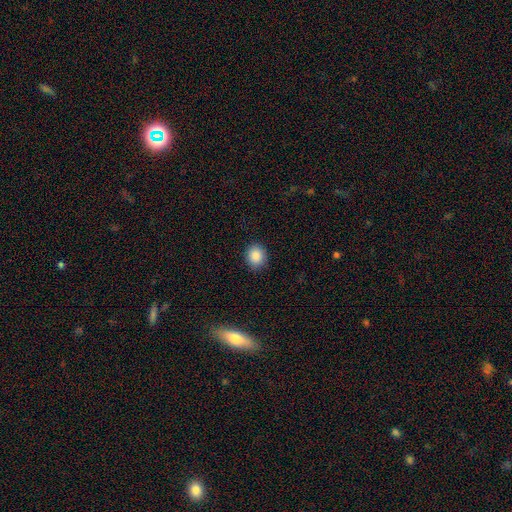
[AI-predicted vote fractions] The model was most divided on "how rounded": round: 72%, in between: 27%, cigar-shaped: 1%. More confident: merging — none (88%); smooth or featured — smooth (87%).